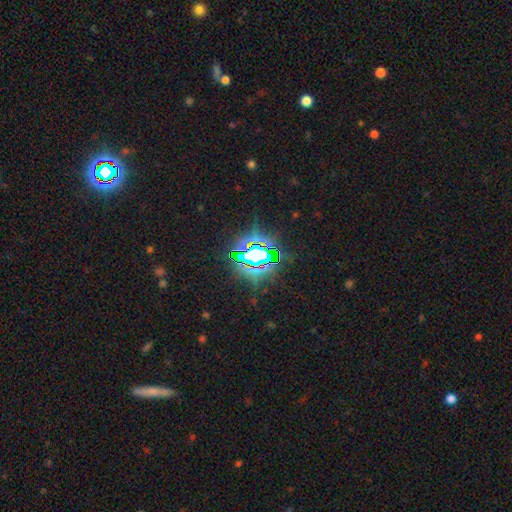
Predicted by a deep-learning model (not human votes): Smooth or featured? star or artifact (76%)